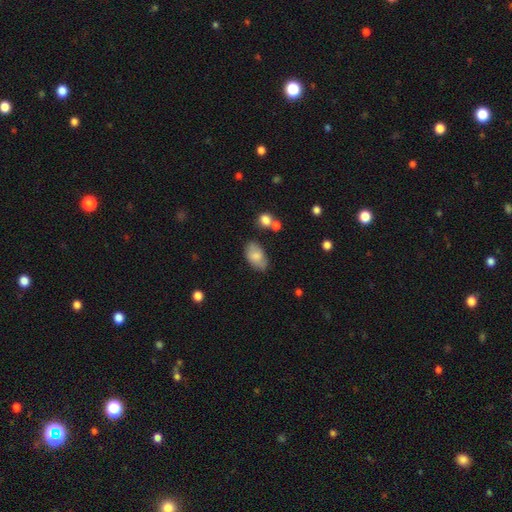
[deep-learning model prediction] Smooth or featured? smooth (78%)
How rounded? in between (92%)
Merging? none (68%)